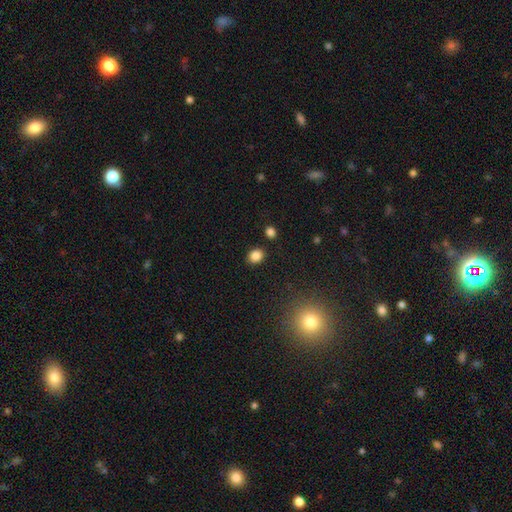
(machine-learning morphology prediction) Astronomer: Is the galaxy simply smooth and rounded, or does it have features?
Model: smooth — 85%.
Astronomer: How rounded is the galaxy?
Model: round — 54% (runner-up: in between, 45%).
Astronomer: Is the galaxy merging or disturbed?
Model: none — 85%.